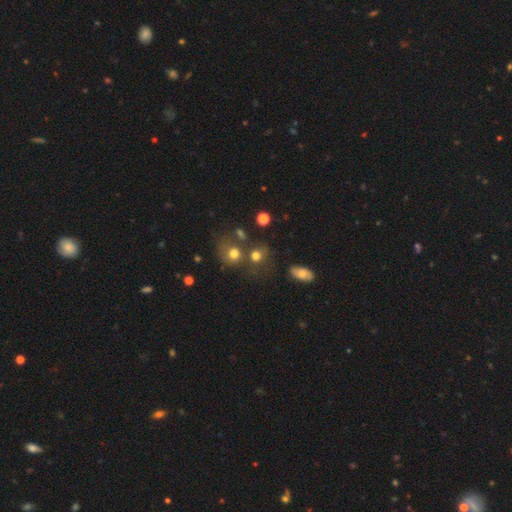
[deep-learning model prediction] Q: Smooth or featured?
A: smooth (74%); runner-up: star or artifact (15%)
Q: How rounded?
A: round (76%); runner-up: in between (23%)
Q: Merging?
A: none (56%); runner-up: merger (22%)